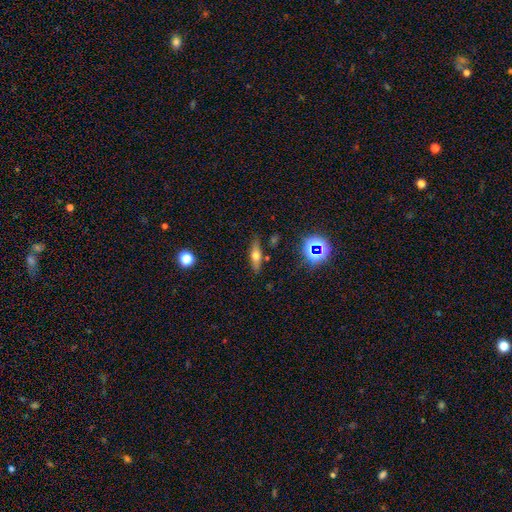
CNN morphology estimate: The model was most divided on "smooth or featured": smooth: 48%, featured or disk: 40%, star or artifact: 13%. More confident: merging — none (82%).